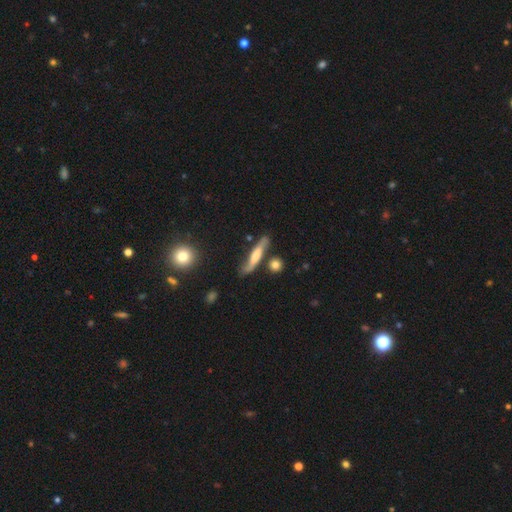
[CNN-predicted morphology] Smooth or featured? featured or disk (54%)
Edge-on disk? yes (57%)
Merging? none (66%)